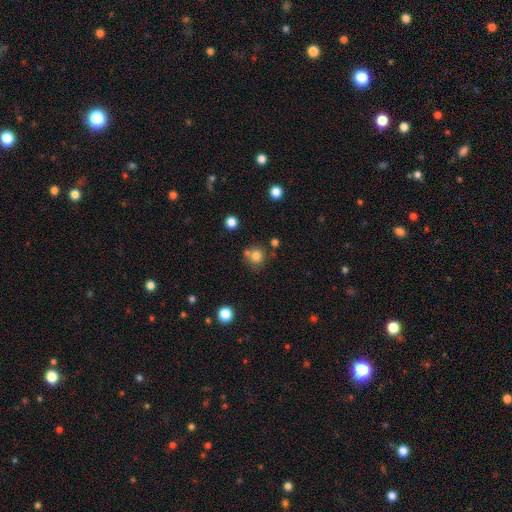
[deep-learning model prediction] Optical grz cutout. It shows a smooth galaxy with no disk features (78%) that is round (89%). Merging: none (64%).